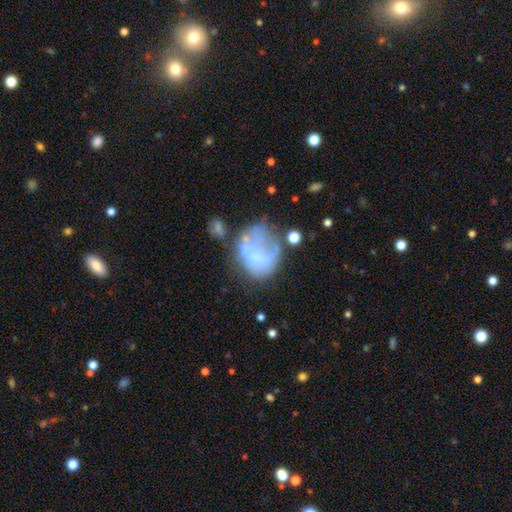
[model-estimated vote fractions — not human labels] Morphology: type=featured or disk (47%); merging=major disturbance (32%).